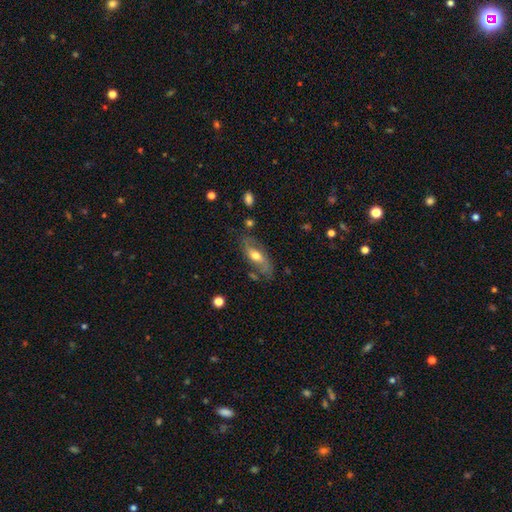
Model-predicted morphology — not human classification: A featured or disk galaxy (56%). Merging: none (64%).